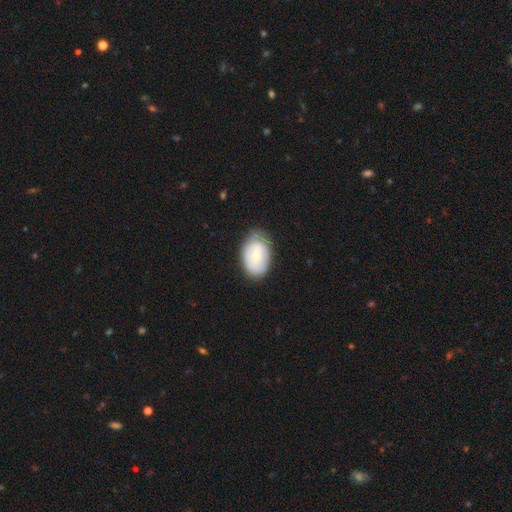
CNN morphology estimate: type=smooth (60%); roundness=in between (87%); merging=none (64%).